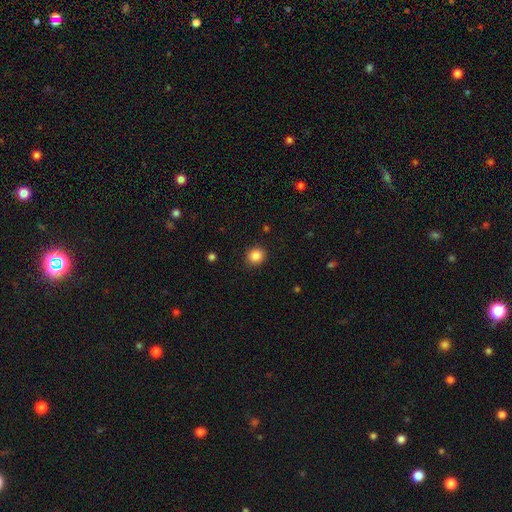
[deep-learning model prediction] Overall: smooth (87%). How rounded: round (84%). Merging: none (90%).